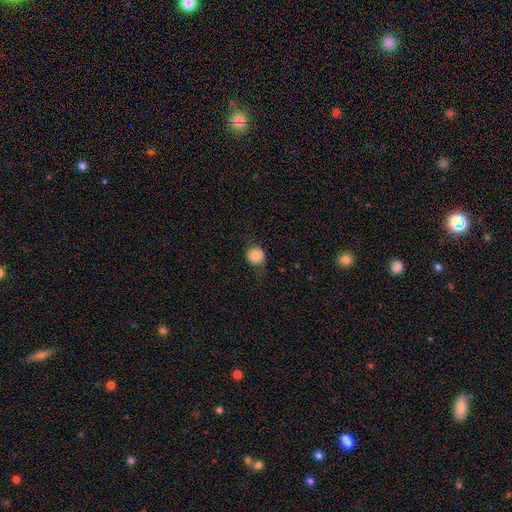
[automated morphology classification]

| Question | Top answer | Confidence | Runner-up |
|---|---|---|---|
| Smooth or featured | smooth | 82% | star or artifact (9%) |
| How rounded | round | 89% | in between (10%) |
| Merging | none | 73% | minor disturbance (18%) |